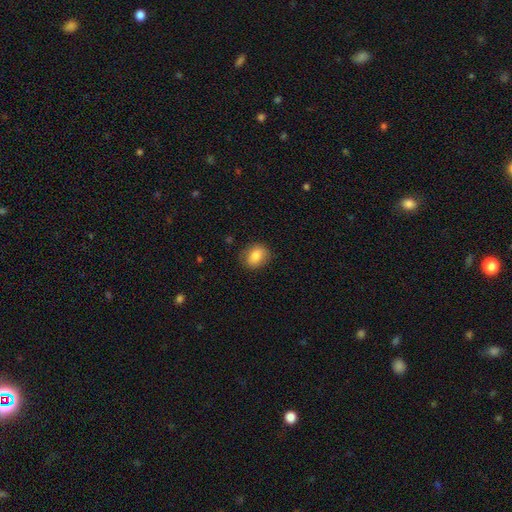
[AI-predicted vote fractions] smooth 83%, featured or disk 9%, star or artifact 8%. Down the decision tree: how rounded — in between (51%); merging — none (83%).